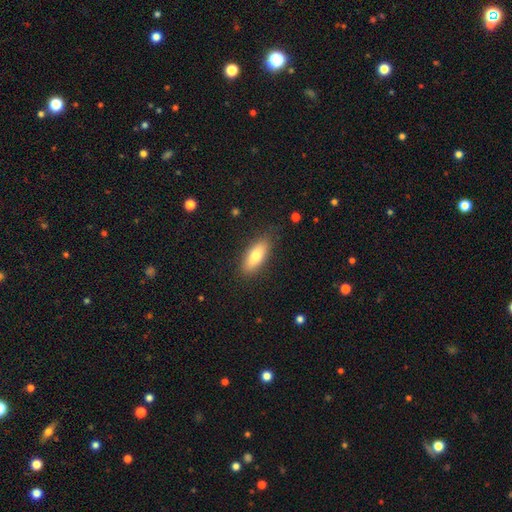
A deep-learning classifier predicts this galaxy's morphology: Smooth or featured?
  - smooth: 76% *
  - featured or disk: 17%
  - star or artifact: 6%
How rounded?
  - in between: 72% *
  - cigar-shaped: 25%
  - round: 2%
Merging?
  - none: 85% *
  - minor disturbance: 11%
  - major disturbance: 3%
  - merger: 1%